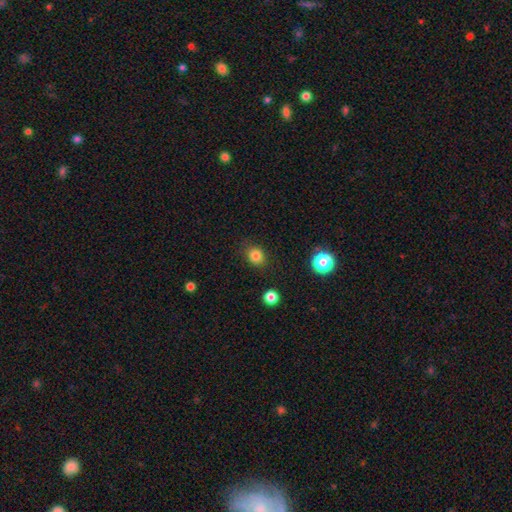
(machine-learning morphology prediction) This appears to be a smooth galaxy with no disk features (83%) that is round (71%). Merging: none (85%).